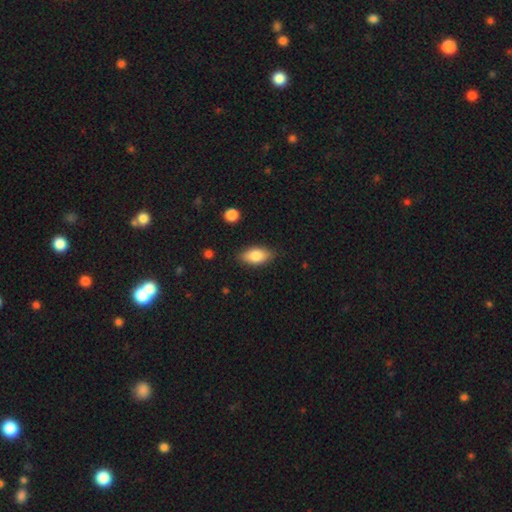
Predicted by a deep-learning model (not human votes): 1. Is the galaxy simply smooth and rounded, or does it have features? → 81% smooth, 12% featured or disk, 7% star or artifact.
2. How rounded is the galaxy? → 89% in between, 7% cigar-shaped, 4% round.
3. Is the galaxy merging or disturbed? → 84% none, 12% minor disturbance, 3% major disturbance, 1% merger.